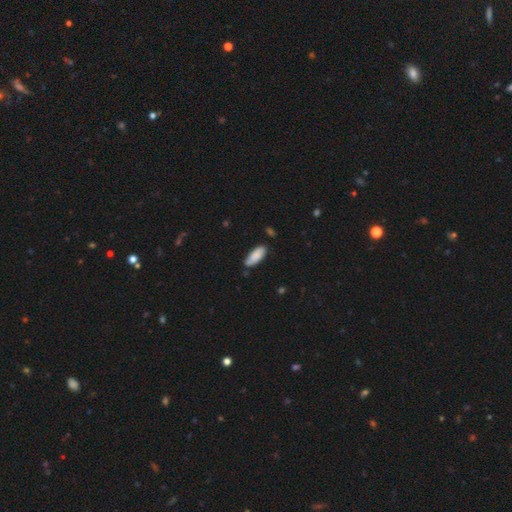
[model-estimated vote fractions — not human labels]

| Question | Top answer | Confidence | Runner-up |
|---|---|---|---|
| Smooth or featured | smooth | 86% | featured or disk (8%) |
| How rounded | in between | 74% | cigar-shaped (25%) |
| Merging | none | 78% | minor disturbance (17%) |